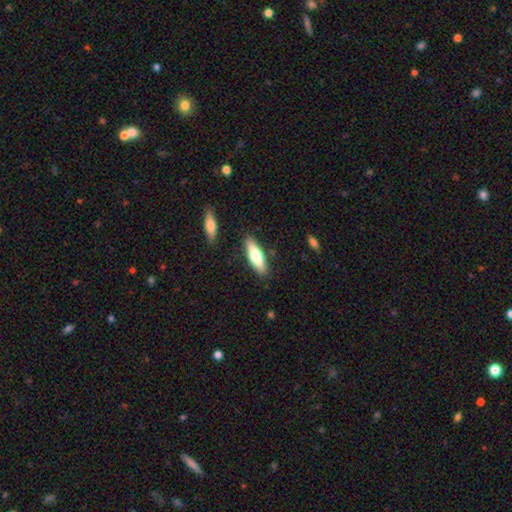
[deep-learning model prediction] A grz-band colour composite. It shows a smooth galaxy with no disk features (71%) that is cigar-shaped (51%). Merging: none (85%).